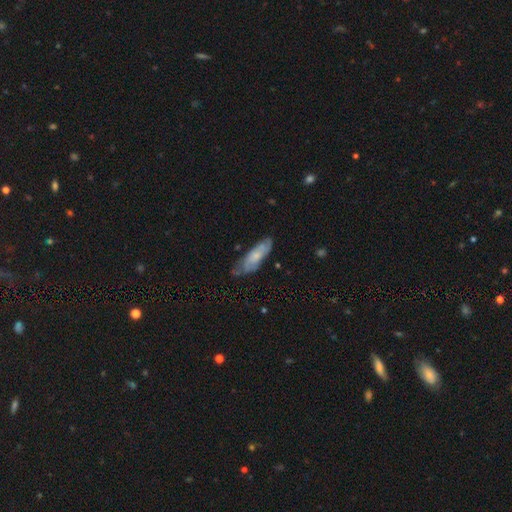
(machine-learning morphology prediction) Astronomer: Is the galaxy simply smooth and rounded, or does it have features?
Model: smooth — 49% (runner-up: featured or disk, 45%).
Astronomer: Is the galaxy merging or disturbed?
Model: none — 64%.